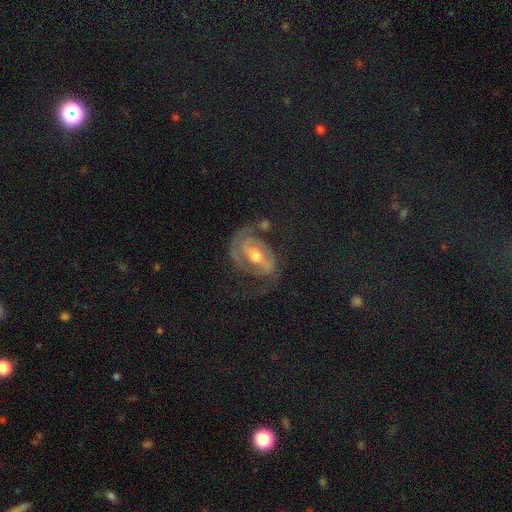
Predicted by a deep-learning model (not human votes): featured or disk 75%, star or artifact 14%, smooth 11%. Down the decision tree: edge-on disk — no (96%); bar — weak (42%); spiral arms — yes (89%); spiral arm count — 2 (77%); spiral winding — tight (44%); bulge size — moderate (68%); merging — none (61%).